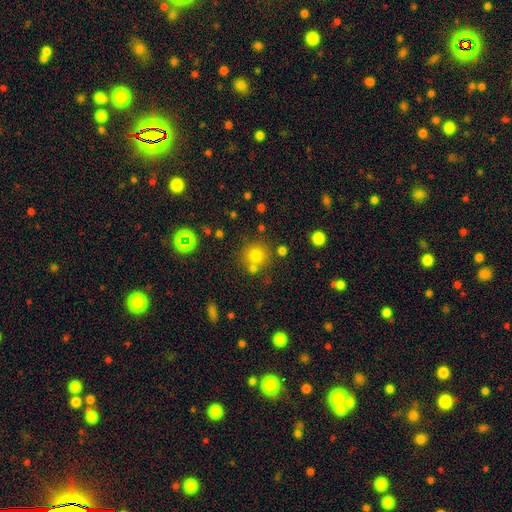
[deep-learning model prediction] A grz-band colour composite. It shows a smooth galaxy with no disk features (75%) that is round (92%). Merging: none (72%).